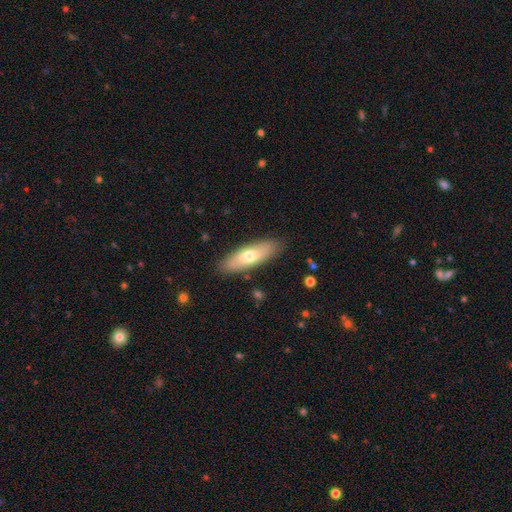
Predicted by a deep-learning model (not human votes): smooth-or-featured: smooth: 57% | featured or disk: 34% | star or artifact: 9%
  how-rounded: cigar-shaped: 57% | in between: 41% | round: 2%
  merging: none: 87% | minor disturbance: 9% | major disturbance: 2% | merger: 1%